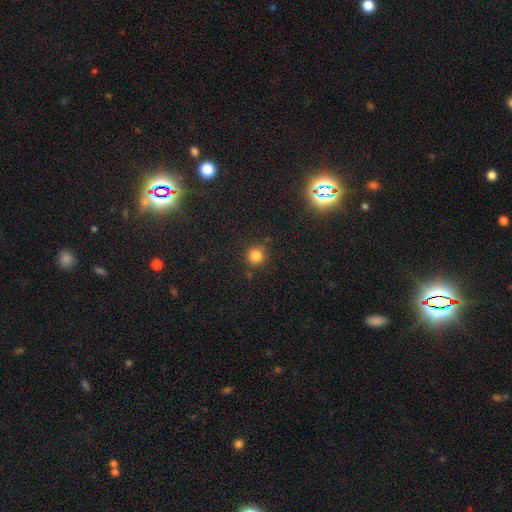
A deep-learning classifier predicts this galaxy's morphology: smooth_or_featured: smooth (p=0.81) [alt: star or artifact p=0.15]
how_rounded: round (p=0.94) [alt: in between p=0.05]
merging: none (p=0.84) [alt: minor disturbance p=0.09]